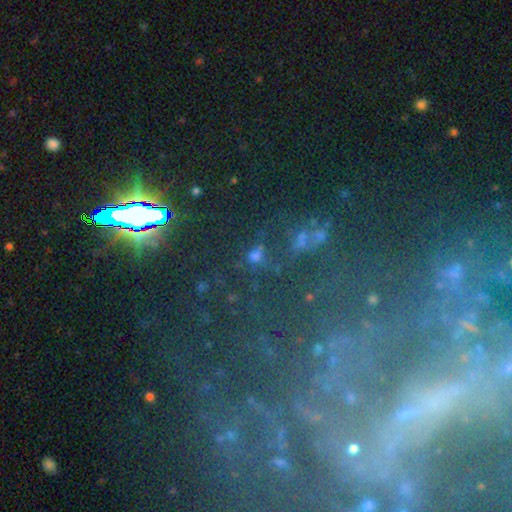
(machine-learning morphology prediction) Overall: star or artifact (54%; smooth 32%).